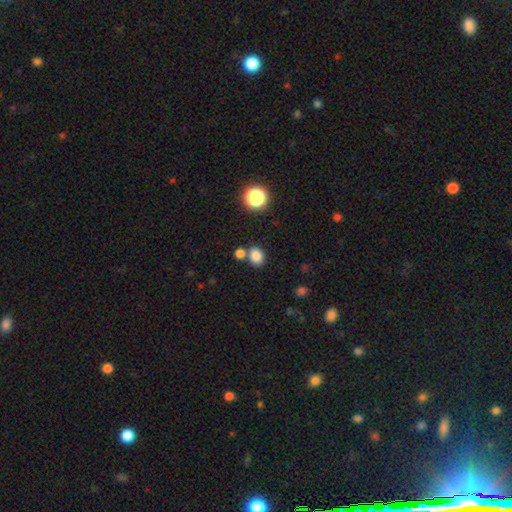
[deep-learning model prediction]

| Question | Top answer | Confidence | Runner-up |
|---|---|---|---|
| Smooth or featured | smooth | 83% | star or artifact (12%) |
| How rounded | in between | 51% | round (48%) |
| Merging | none | 63% | merger (23%) |